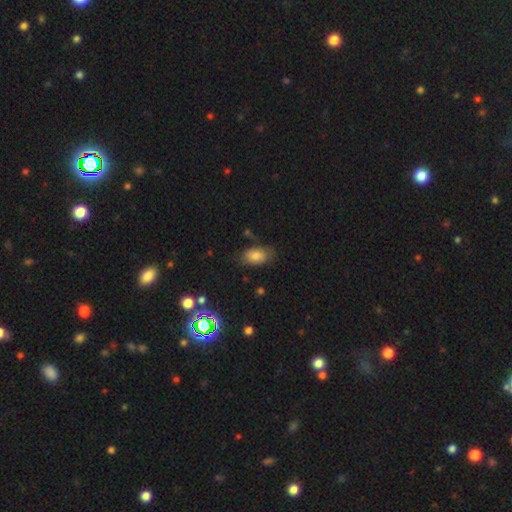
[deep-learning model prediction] Overall: smooth (76%). How rounded: in between (91%). Merging: none (68%).